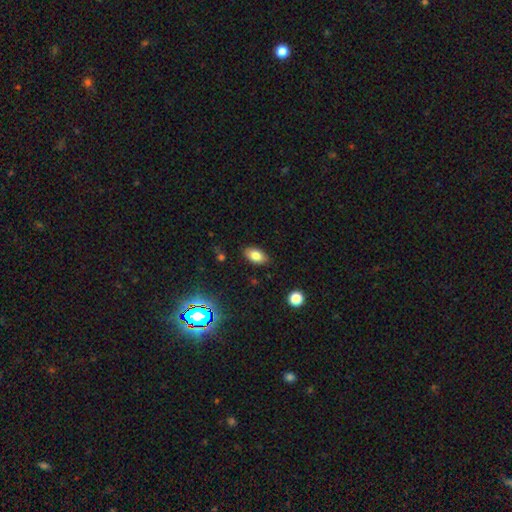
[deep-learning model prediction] Smooth or featured? Predicted: smooth (p=0.79). How rounded? Predicted: in between (p=0.91). Merging? Predicted: none (p=0.85).